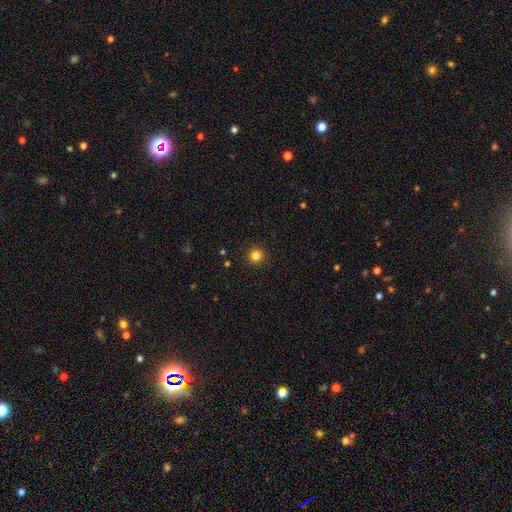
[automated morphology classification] Smooth or featured? Predicted: smooth (p=0.83). How rounded? Predicted: round (p=0.96). Merging? Predicted: none (p=0.93).